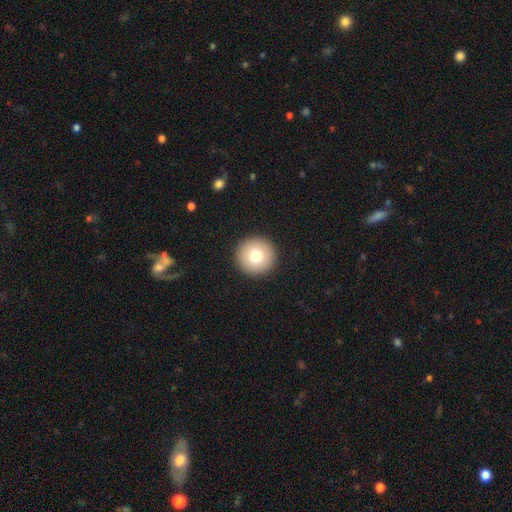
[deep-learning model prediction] This appears to be a smooth galaxy with no disk features (76%) that is round (96%). Merging: none (94%).